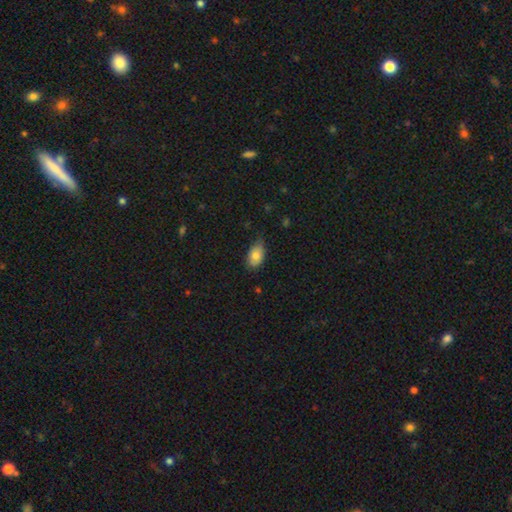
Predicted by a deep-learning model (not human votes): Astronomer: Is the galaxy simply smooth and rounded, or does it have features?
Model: smooth — 82%.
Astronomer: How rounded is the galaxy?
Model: in between — 91%.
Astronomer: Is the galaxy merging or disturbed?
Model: none — 56% (runner-up: minor disturbance, 37%).